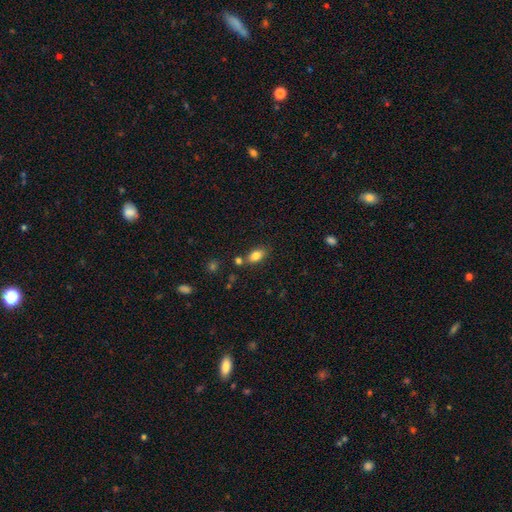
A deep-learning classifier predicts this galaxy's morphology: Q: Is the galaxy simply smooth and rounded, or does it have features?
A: smooth — 81%.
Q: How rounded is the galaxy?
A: in between — 87%.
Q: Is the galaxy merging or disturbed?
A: none — 70%.